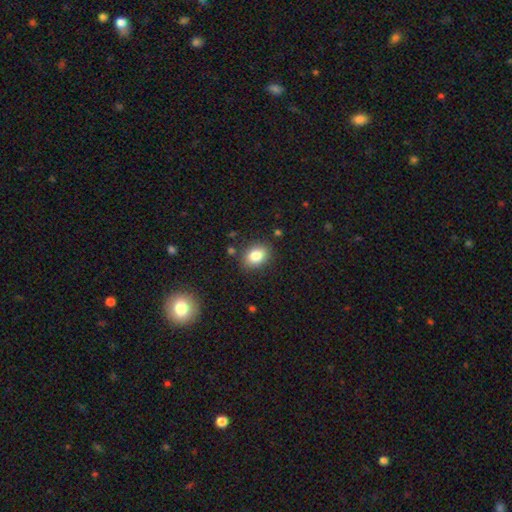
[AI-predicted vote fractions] Smooth or featured?
  - smooth: 83% *
  - star or artifact: 10%
  - featured or disk: 8%
How rounded?
  - in between: 62% *
  - round: 37%
  - cigar-shaped: 1%
Merging?
  - none: 84% *
  - minor disturbance: 10%
  - major disturbance: 3%
  - merger: 2%